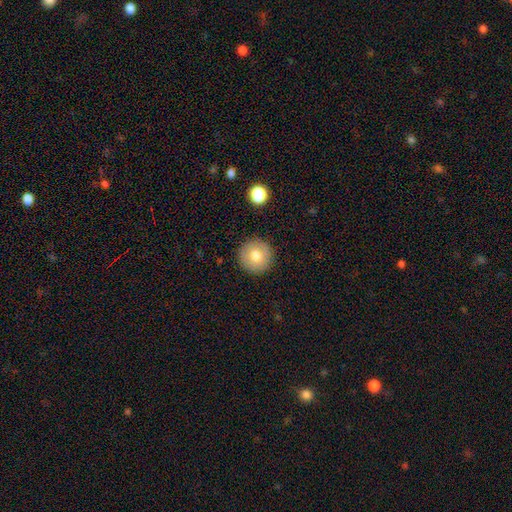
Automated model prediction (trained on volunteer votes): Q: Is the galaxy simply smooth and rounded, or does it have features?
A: smooth — 77%.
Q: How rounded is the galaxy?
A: round — 96%.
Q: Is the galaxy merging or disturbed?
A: none — 91%.